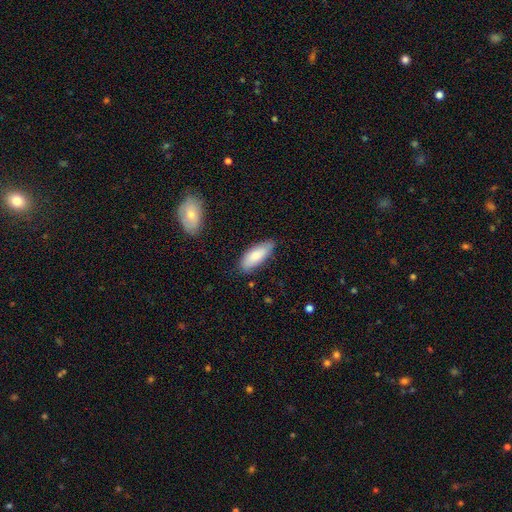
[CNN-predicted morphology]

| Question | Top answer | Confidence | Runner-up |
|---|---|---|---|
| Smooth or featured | smooth | 79% | featured or disk (15%) |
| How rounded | in between | 77% | cigar-shaped (22%) |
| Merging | none | 76% | minor disturbance (19%) |